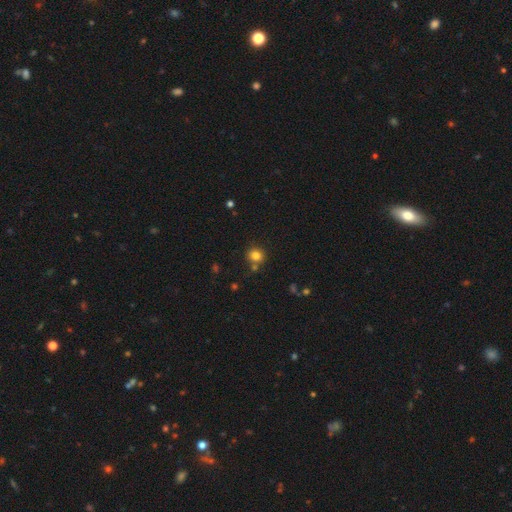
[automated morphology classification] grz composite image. It shows a smooth galaxy with no disk features (81%) that is round (87%). Merging: none (76%).